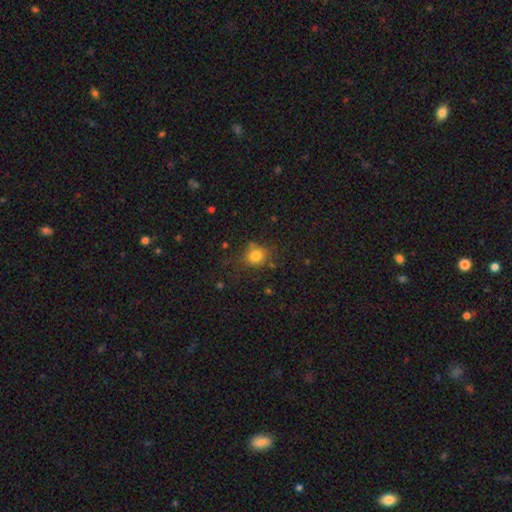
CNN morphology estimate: This appears to be a smooth galaxy with no disk features (79%) that is round (76%). Merging: none (72%).